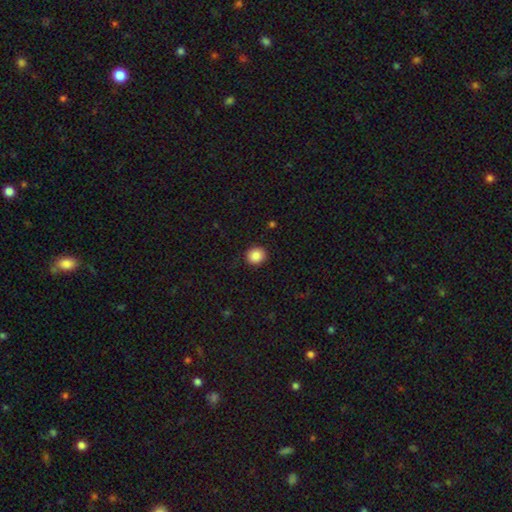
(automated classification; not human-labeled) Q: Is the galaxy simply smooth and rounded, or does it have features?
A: smooth — 87%.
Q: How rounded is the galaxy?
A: round — 88%.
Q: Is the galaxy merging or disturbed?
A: none — 91%.